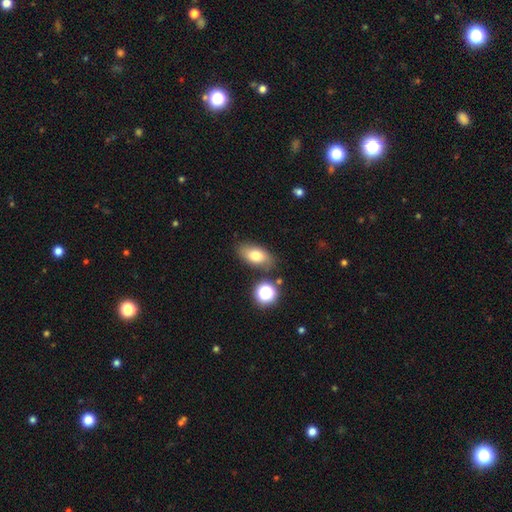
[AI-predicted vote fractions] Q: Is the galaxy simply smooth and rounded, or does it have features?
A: smooth — 73%.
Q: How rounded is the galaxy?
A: in between — 86%.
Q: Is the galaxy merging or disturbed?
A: none — 76%.